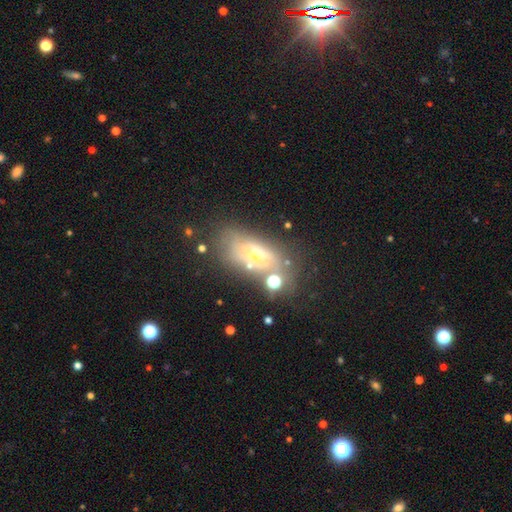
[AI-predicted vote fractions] Smooth or featured? smooth (45%)
Merging? none (51%)